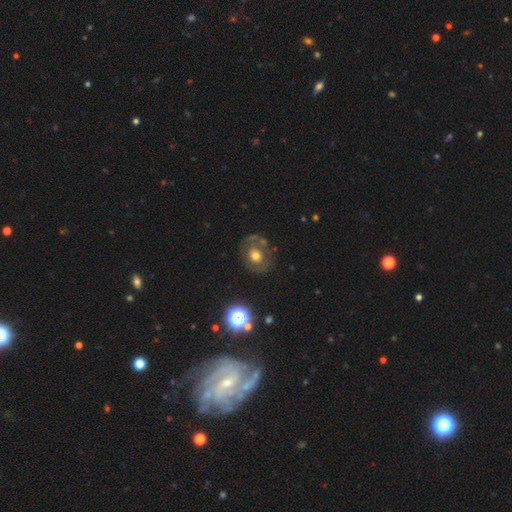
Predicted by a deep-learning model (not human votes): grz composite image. It shows a smooth galaxy with no disk features (46%). Merging: none (68%).